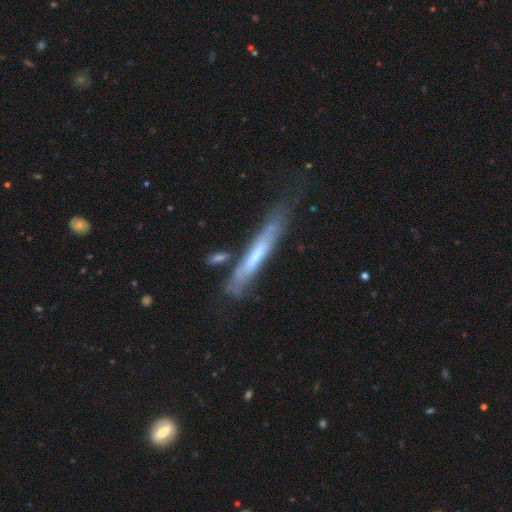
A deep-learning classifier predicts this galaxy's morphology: featured or disk 52%, smooth 42%, star or artifact 7%. Down the decision tree: edge-on disk — yes (75%); merging — none (54%).